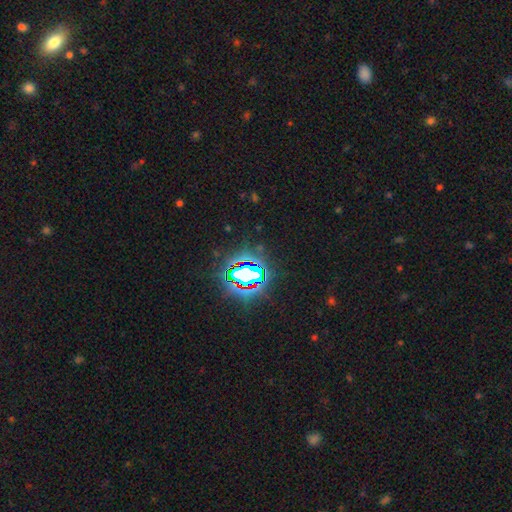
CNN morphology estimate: Q: Smooth or featured?
A: star or artifact (81%); runner-up: smooth (12%)